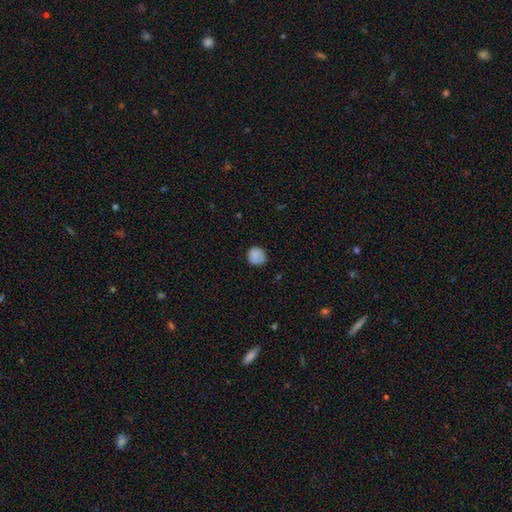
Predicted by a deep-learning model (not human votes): The model was most divided on "merging": none: 79%, minor disturbance: 16%, major disturbance: 3%, merger: 1%. More confident: how rounded — round (89%); smooth or featured — smooth (85%).